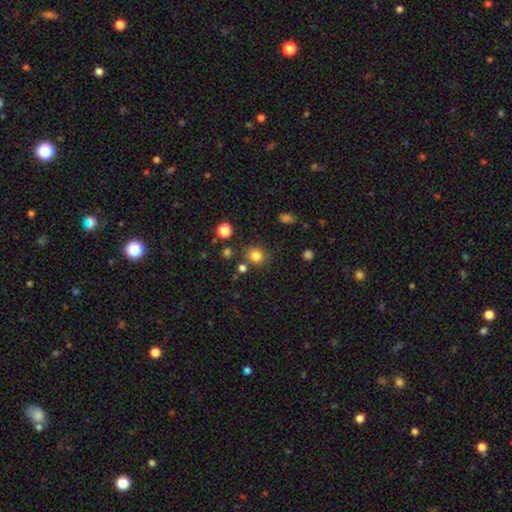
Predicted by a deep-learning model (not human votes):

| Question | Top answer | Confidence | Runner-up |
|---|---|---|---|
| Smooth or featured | smooth | 81% | star or artifact (13%) |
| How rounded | round | 82% | in between (17%) |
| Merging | none | 78% | minor disturbance (11%) |